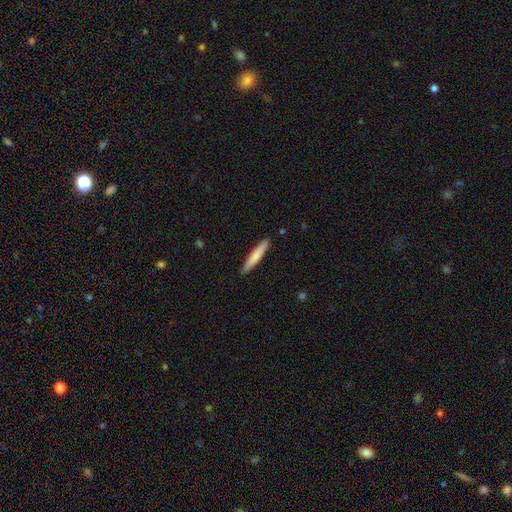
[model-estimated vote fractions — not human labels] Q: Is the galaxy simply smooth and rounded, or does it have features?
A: smooth — 76%.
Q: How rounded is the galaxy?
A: cigar-shaped — 93%.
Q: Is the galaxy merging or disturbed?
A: none — 90%.